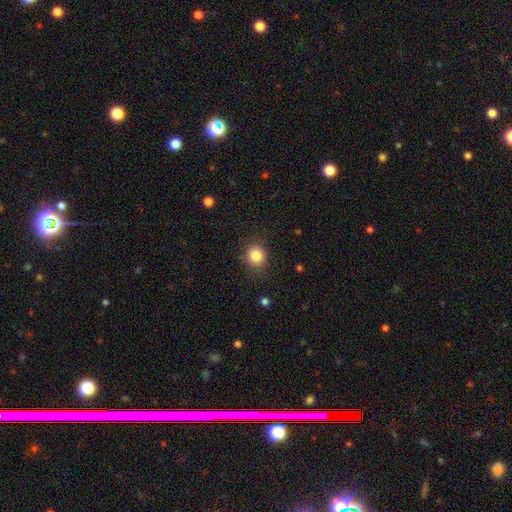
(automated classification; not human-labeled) smooth_or_featured: smooth (p=0.84) [alt: star or artifact p=0.10]
how_rounded: round (p=0.77) [alt: in between p=0.22]
merging: none (p=0.84) [alt: minor disturbance p=0.11]